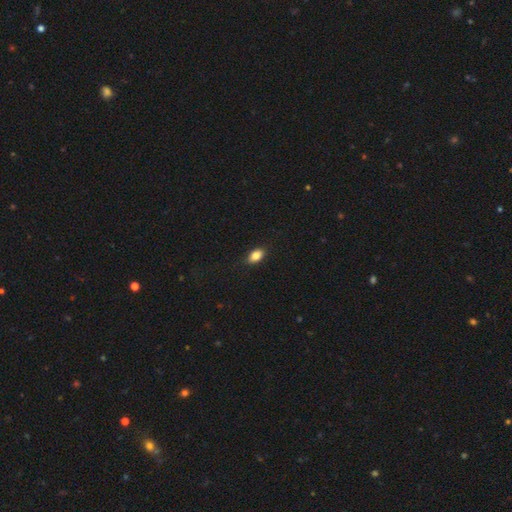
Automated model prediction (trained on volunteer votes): The model was most divided on "smooth or featured": smooth: 84%, star or artifact: 8%, featured or disk: 8%. More confident: how rounded — in between (87%); merging — none (87%).